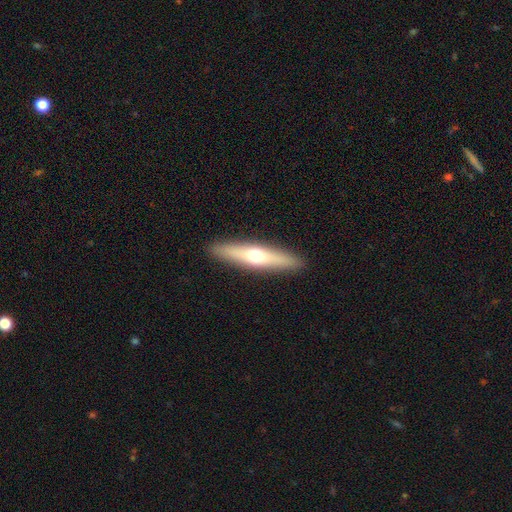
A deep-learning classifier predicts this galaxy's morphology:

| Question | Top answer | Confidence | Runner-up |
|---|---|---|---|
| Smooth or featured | smooth | 48% | featured or disk (46%) |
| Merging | none | 91% | minor disturbance (6%) |